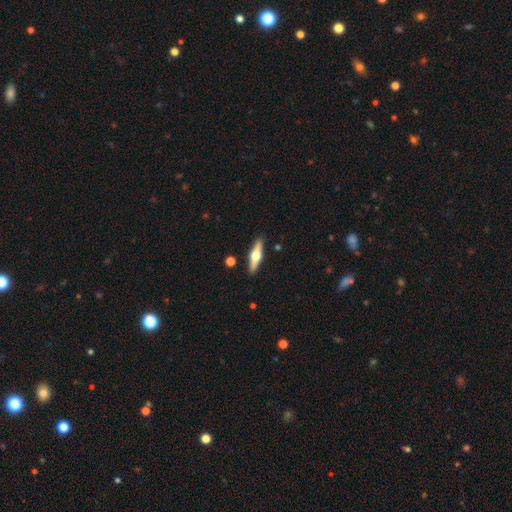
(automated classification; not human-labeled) A featured or disk galaxy (63%) viewed edge-on (96%) with a rounded central bulge (95%). Merging: none (89%).